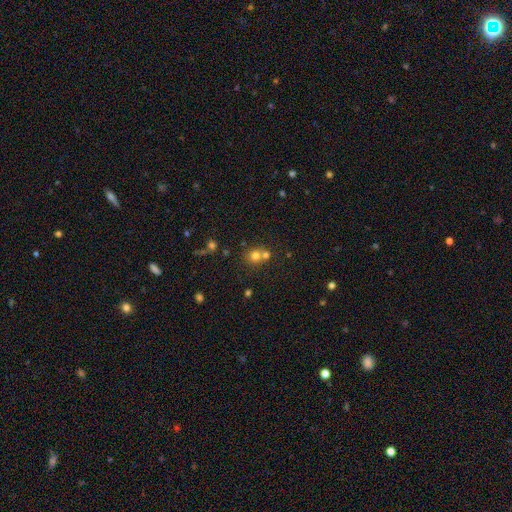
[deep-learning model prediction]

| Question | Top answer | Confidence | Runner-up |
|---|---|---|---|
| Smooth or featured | smooth | 73% | star or artifact (16%) |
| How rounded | round | 84% | in between (15%) |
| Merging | none | 46% | merger (44%) |